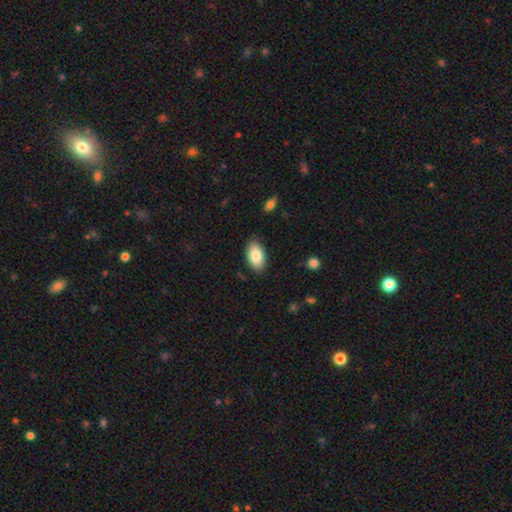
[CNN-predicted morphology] Smooth or featured? smooth (85%)
How rounded? in between (94%)
Merging? none (86%)